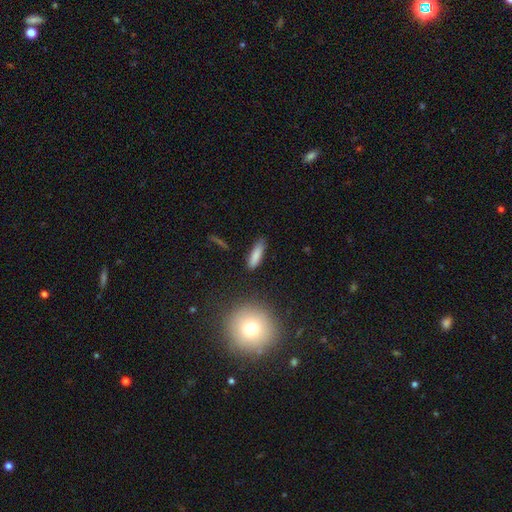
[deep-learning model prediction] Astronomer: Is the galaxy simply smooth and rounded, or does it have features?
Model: smooth — 84%.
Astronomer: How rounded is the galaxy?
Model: cigar-shaped — 58% (runner-up: in between, 40%).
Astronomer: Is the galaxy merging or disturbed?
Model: none — 83%.